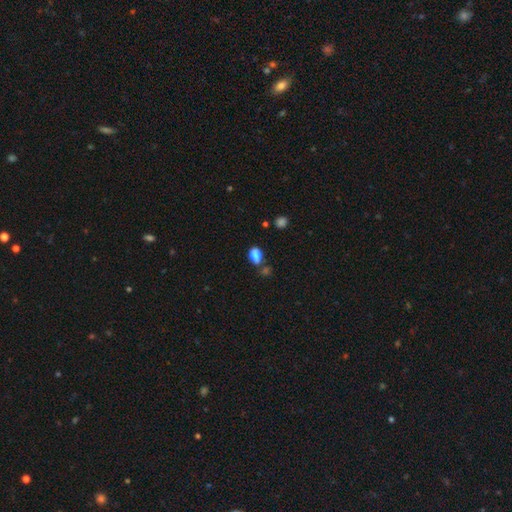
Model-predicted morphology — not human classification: A smooth galaxy with no disk features (85%) that is in between round and cigar-shaped (89%).

Vote fractions:
- Smooth or featured? smooth: 85% / star or artifact: 10% / featured or disk: 5%
- How rounded? in between: 89% / round: 9% / cigar-shaped: 2%
- Merging? none: 65% / minor disturbance: 17% / merger: 13% / major disturbance: 5%